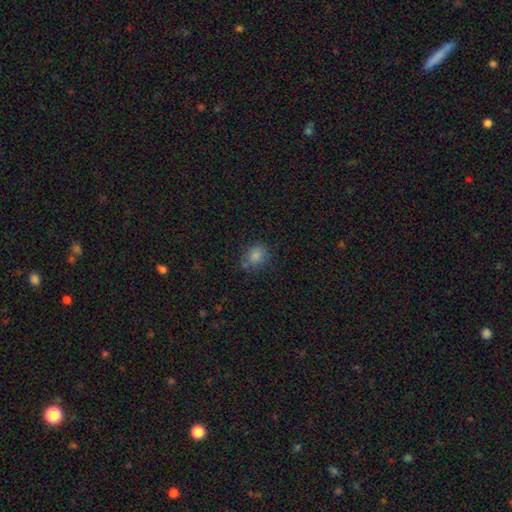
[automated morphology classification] Q: Smooth or featured?
A: smooth (79%); runner-up: star or artifact (14%)
Q: How rounded?
A: round (64%); runner-up: in between (35%)
Q: Merging?
A: none (73%); runner-up: minor disturbance (17%)